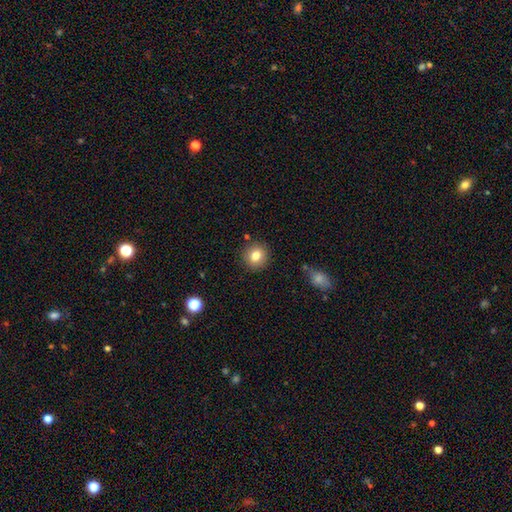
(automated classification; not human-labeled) Q: Smooth or featured?
A: smooth (81%); runner-up: star or artifact (10%)
Q: How rounded?
A: round (88%); runner-up: in between (11%)
Q: Merging?
A: none (88%); runner-up: minor disturbance (8%)